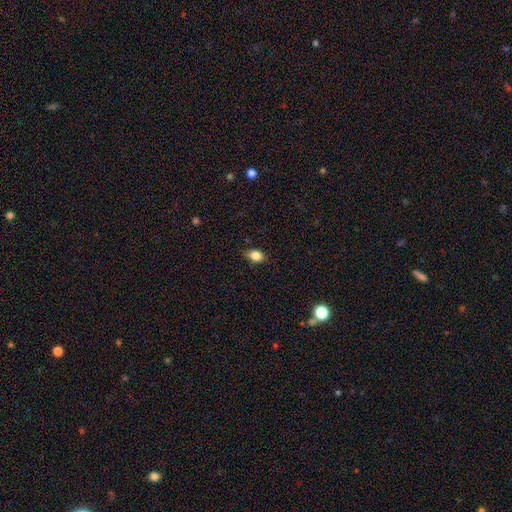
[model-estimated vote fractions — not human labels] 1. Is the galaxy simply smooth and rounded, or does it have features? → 85% smooth, 9% star or artifact, 6% featured or disk.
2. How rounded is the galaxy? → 74% in between, 24% round, 2% cigar-shaped.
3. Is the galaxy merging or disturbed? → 82% none, 14% minor disturbance, 3% major disturbance, 1% merger.